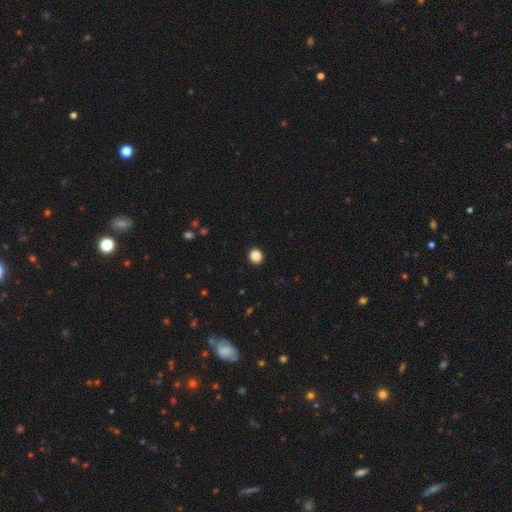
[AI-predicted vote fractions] Overall: smooth (87%). How rounded: round (89%). Merging: none (93%).